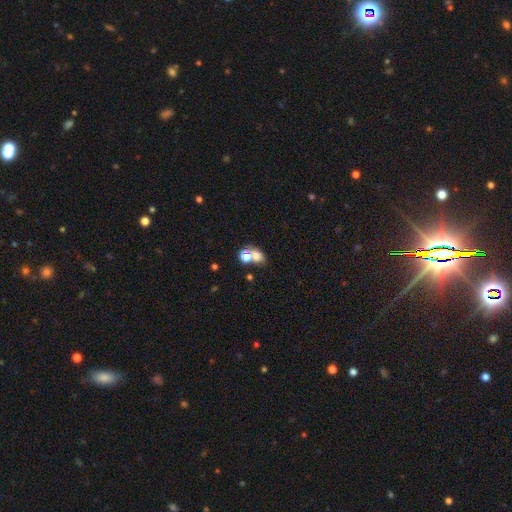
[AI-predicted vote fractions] Morphology: type=smooth (70%); roundness=in between (57%); merging=merger (51%).